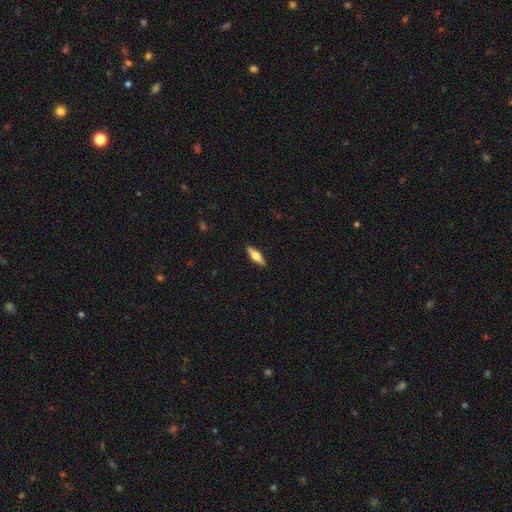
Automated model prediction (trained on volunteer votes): Overall: smooth (50%; featured or disk 44%). How rounded: cigar-shaped (55%; in between 43%). Merging: none (90%).